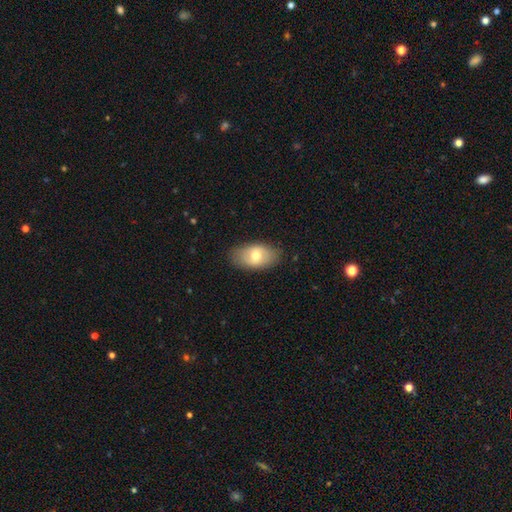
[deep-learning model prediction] Smooth or featured: smooth — 63% (featured or disk — 31%)
How rounded: in between — 90% (round — 8%)
Merging: none — 83% (minor disturbance — 13%)